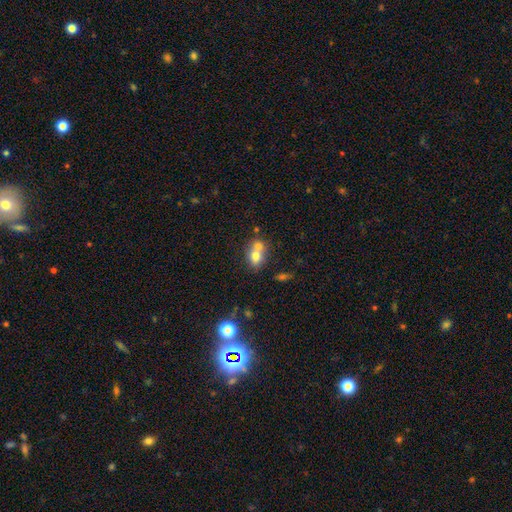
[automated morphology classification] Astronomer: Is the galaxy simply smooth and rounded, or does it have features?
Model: smooth — 71%.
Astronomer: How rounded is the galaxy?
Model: in between — 56% (runner-up: round, 42%).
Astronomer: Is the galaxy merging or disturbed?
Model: merger — 56% (runner-up: none, 32%).